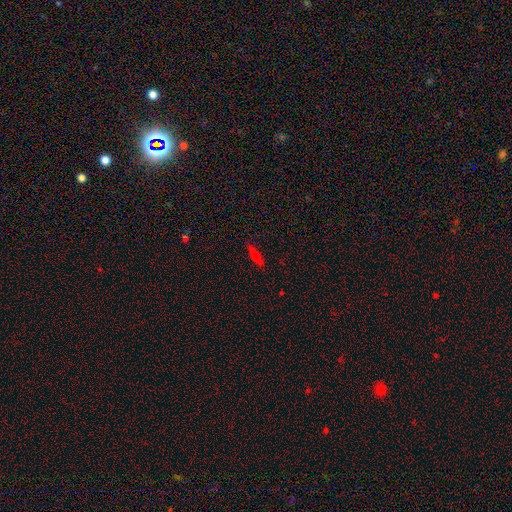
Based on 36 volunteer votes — Smooth or featured? 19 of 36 (53%) said smooth. How rounded? 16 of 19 (84%) said cigar-shaped. Merging? 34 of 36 (94%) said none.